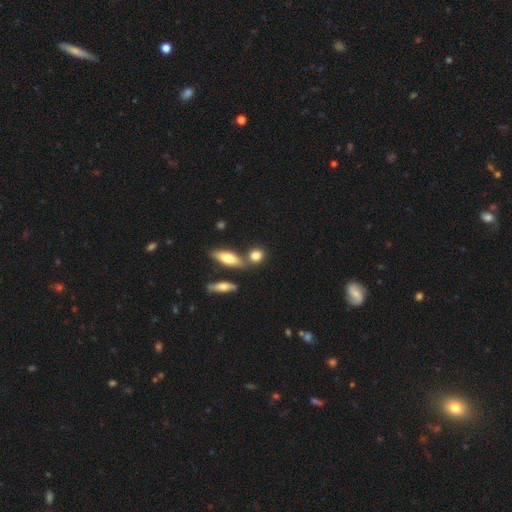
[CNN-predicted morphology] Smooth or featured? Predicted: smooth (p=0.80). How rounded? Predicted: round (p=0.57). Merging? Predicted: none (p=0.62).